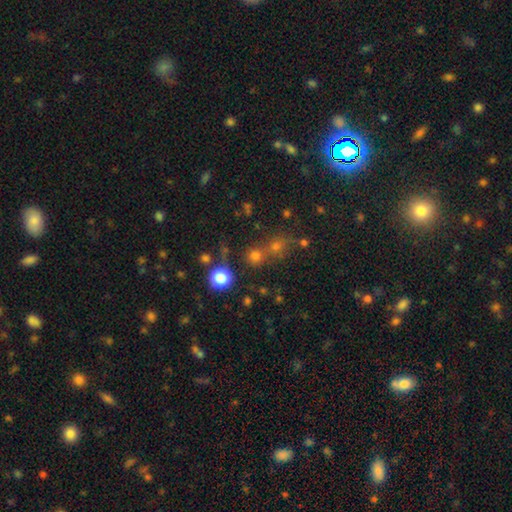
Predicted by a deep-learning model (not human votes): This is possibly a smooth galaxy (58%). How rounded: clearly round (85%). Merging: likely none (60%).